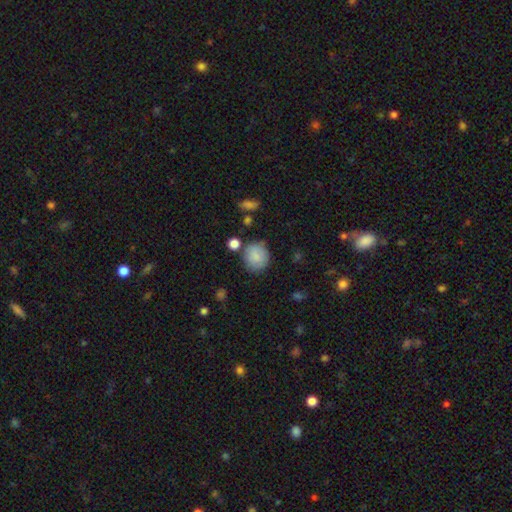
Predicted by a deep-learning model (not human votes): Smooth or featured?
  - smooth: 82% *
  - featured or disk: 10%
  - star or artifact: 8%
How rounded?
  - round: 81% *
  - in between: 18%
  - cigar-shaped: 1%
Merging?
  - none: 72% *
  - minor disturbance: 17%
  - merger: 6%
  - major disturbance: 5%